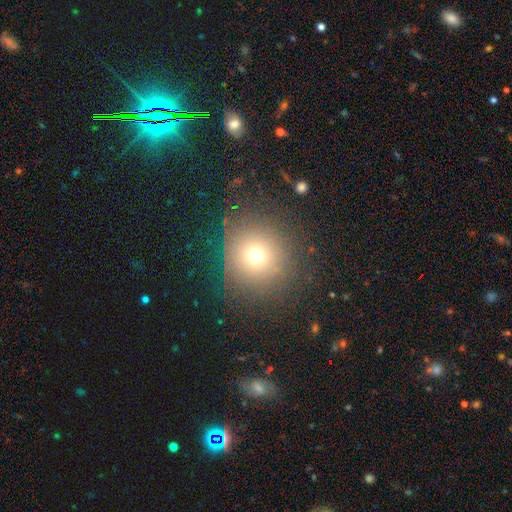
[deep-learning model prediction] Smooth or featured: smooth — 69% (star or artifact — 19%)
How rounded: round — 92% (in between — 7%)
Merging: none — 84% (minor disturbance — 9%)